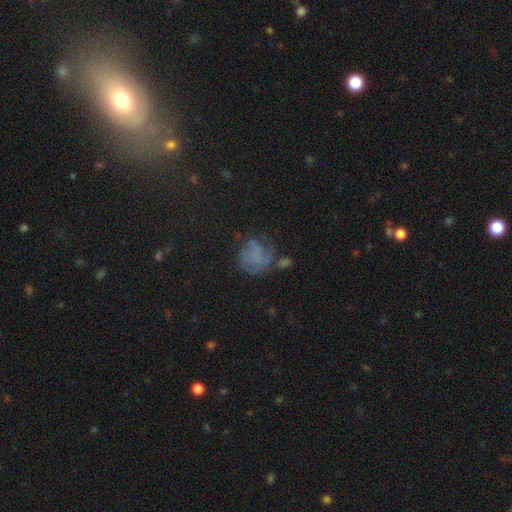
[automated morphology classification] smooth_or_featured: smooth (p=0.50) [alt: featured or disk p=0.32]
merging: none (p=0.41) [alt: major disturbance p=0.28]